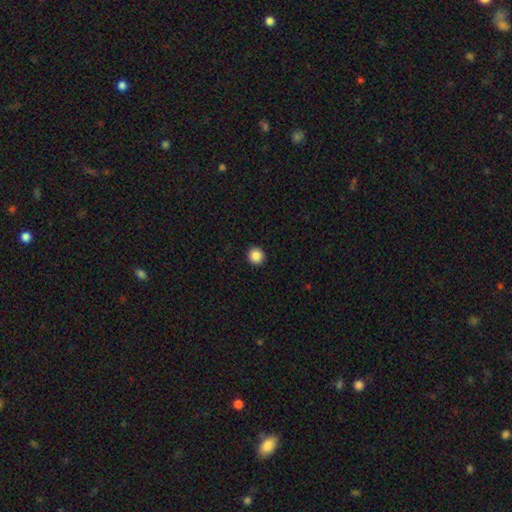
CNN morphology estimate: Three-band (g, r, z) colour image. It shows a smooth galaxy with no disk features (87%) that is round (95%). Merging: none (94%).